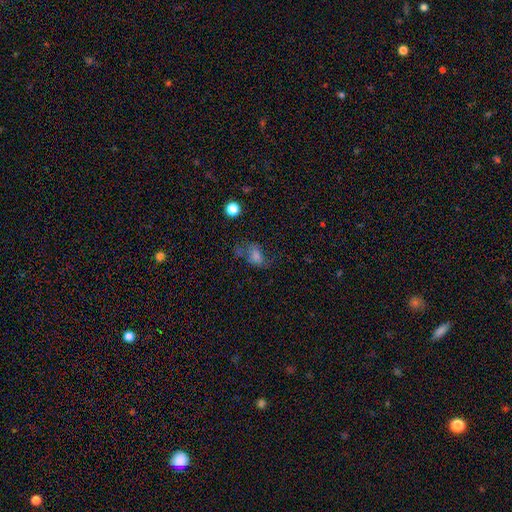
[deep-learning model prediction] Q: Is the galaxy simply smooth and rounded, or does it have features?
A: smooth — 56%.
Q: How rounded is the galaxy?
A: in between — 75%.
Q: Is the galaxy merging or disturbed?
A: none — 43%.